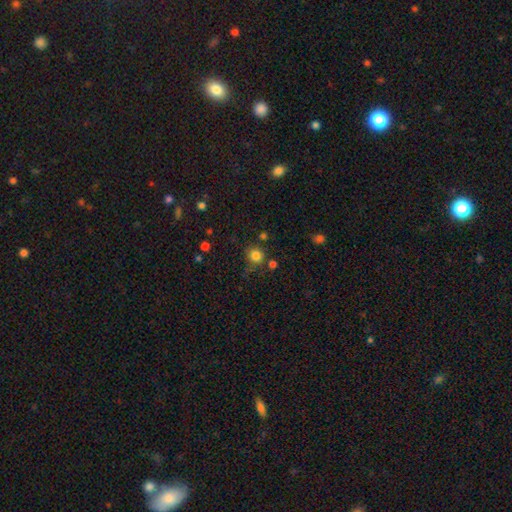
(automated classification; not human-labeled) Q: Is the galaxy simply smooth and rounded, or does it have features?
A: smooth — 81%.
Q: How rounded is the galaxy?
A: round — 90%.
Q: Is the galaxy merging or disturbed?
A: none — 75%.